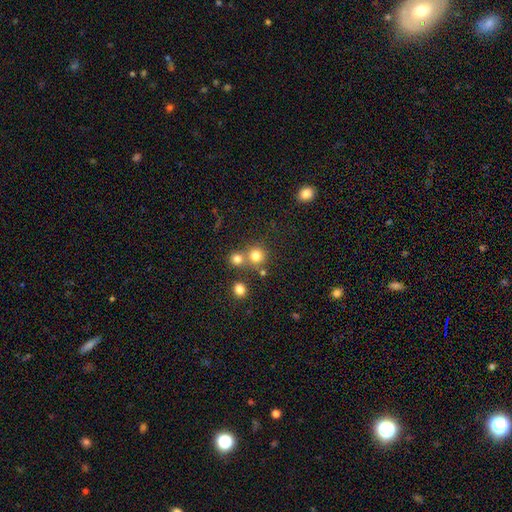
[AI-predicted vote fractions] The model was most divided on "merging": none: 62%, merger: 28%, minor disturbance: 7%, major disturbance: 3%. More confident: how rounded — round (91%); smooth or featured — smooth (78%).